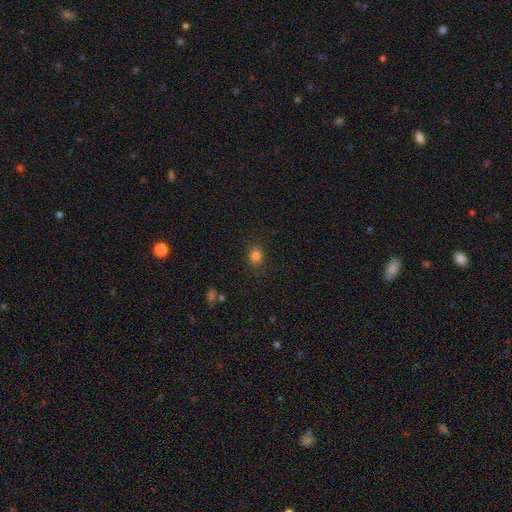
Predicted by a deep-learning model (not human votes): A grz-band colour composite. It shows a smooth galaxy with no disk features (82%) that is round (66%). Merging: none (86%).